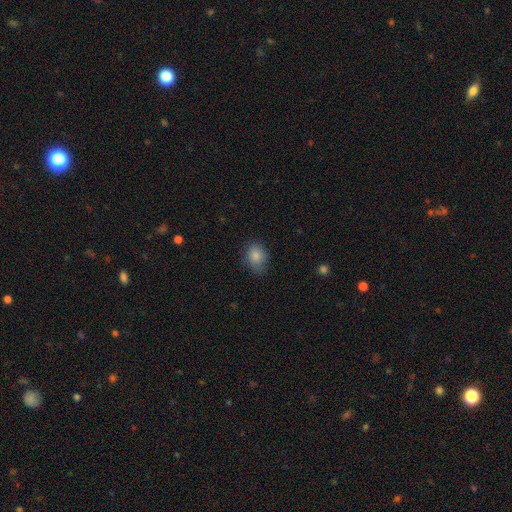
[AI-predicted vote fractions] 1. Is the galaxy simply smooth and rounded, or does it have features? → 84% smooth, 9% star or artifact, 7% featured or disk.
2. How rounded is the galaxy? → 55% in between, 44% round, 1% cigar-shaped.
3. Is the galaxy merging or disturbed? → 68% none, 25% minor disturbance, 6% major disturbance, 1% merger.